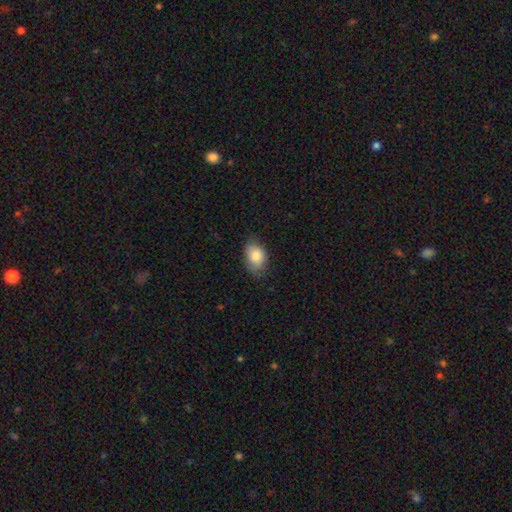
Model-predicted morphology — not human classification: smooth-or-featured: smooth: 84% | featured or disk: 9% | star or artifact: 7%
  how-rounded: in between: 83% | round: 15% | cigar-shaped: 1%
  merging: none: 68% | minor disturbance: 26% | major disturbance: 5% | merger: 1%